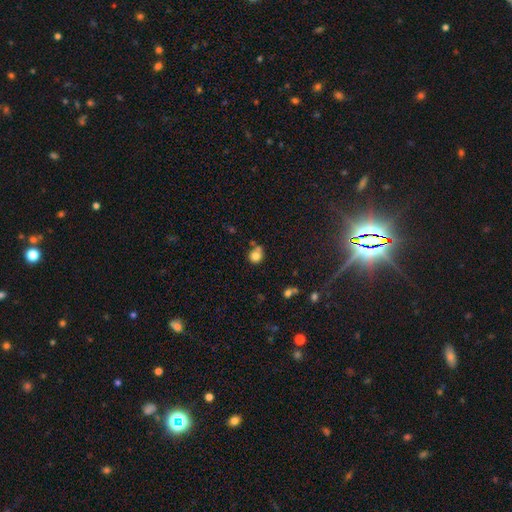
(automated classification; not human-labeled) smooth-or-featured: smooth: 80% | star or artifact: 12% | featured or disk: 9%
  how-rounded: round: 79% | in between: 20% | cigar-shaped: 1%
  merging: none: 50% | merger: 28% | minor disturbance: 16% | major disturbance: 6%